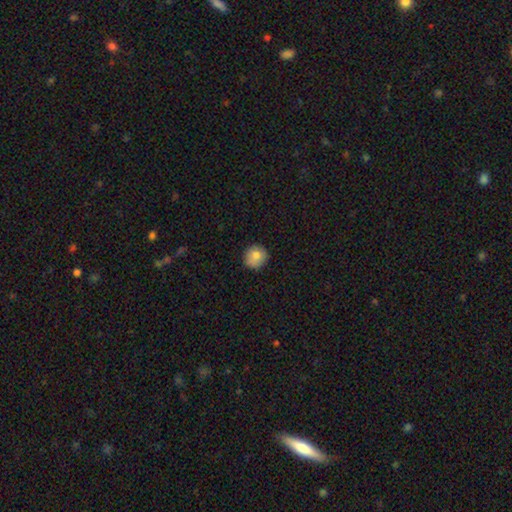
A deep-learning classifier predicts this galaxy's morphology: This is clearly a smooth galaxy (80%). How rounded: clearly round (91%). Merging: clearly none (85%).